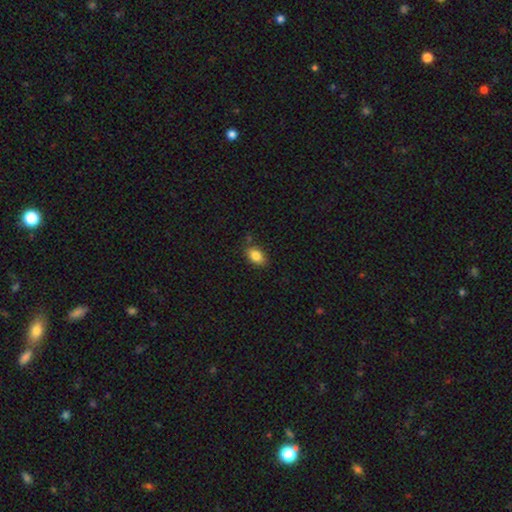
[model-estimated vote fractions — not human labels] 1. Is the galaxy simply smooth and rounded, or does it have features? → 84% smooth, 8% star or artifact, 7% featured or disk.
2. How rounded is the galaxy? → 87% in between, 12% round, 2% cigar-shaped.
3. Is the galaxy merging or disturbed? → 82% none, 12% minor disturbance, 3% merger, 3% major disturbance.